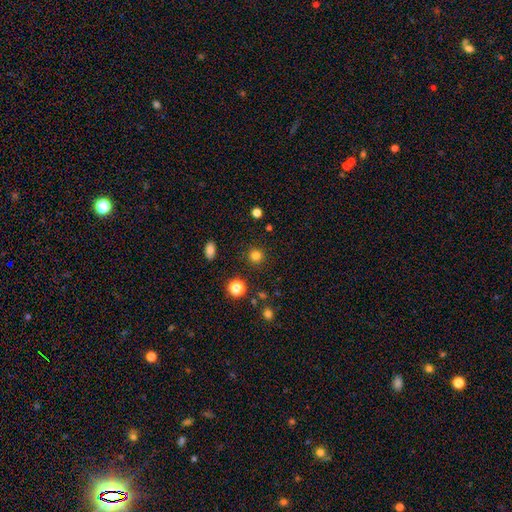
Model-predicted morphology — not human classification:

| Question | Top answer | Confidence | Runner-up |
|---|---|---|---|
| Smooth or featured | smooth | 81% | star or artifact (14%) |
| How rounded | round | 93% | in between (6%) |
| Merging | none | 90% | minor disturbance (6%) |